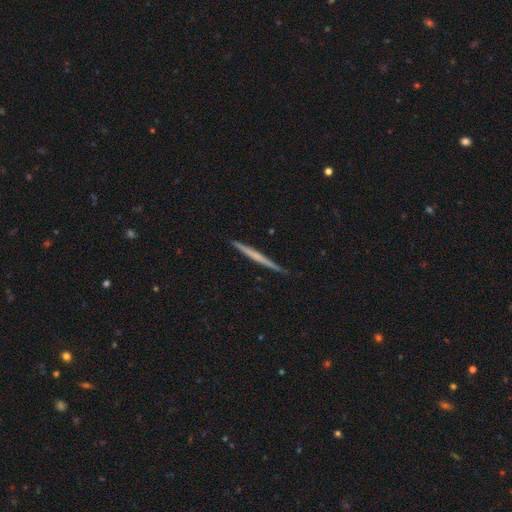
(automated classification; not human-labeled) A featured or disk galaxy (53%) viewed edge-on (98%) with no central bulge (81%). Merging: none (90%).